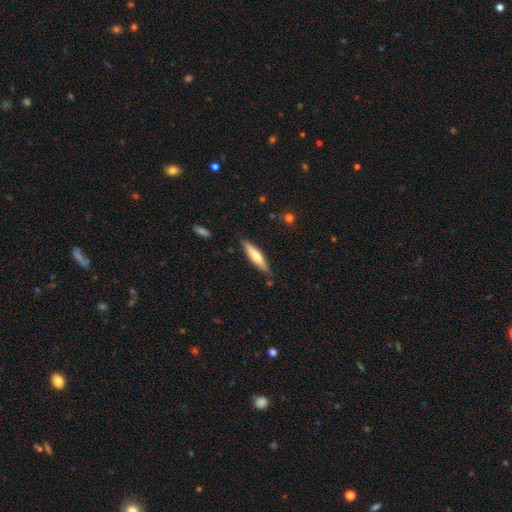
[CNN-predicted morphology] type=smooth (57%); roundness=cigar-shaped (79%); merging=none (85%).